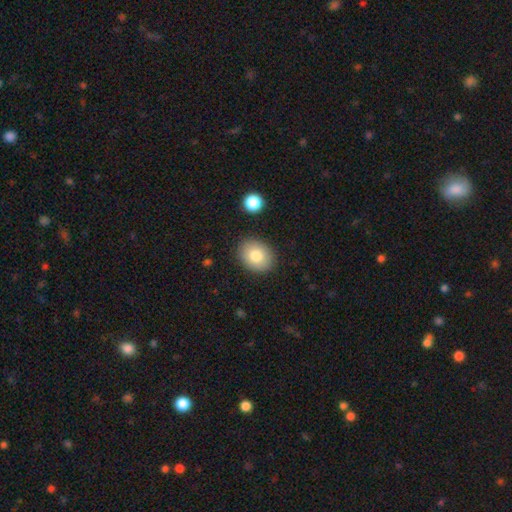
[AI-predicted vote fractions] This is clearly a smooth galaxy (81%). How rounded: possibly in between (51%). Merging: clearly none (88%).